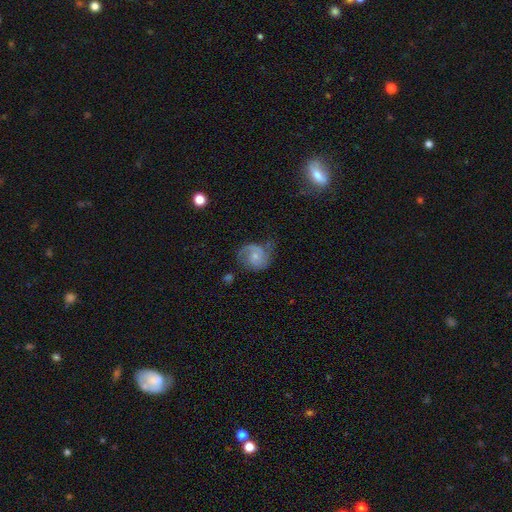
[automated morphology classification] Q: Smooth or featured?
A: featured or disk (70%); runner-up: smooth (23%)
Q: Edge-on disk?
A: no (98%); runner-up: yes (2%)
Q: Bar?
A: no (68%); runner-up: weak (28%)
Q: Spiral arms?
A: yes (92%); runner-up: no (8%)
Q: Spiral winding?
A: medium (44%); runner-up: tight (35%)
Q: Spiral arm count?
A: 2 (63%); runner-up: 1 (22%)
Q: Bulge size?
A: small (59%); runner-up: moderate (30%)
Q: Merging?
A: none (57%); runner-up: minor disturbance (25%)